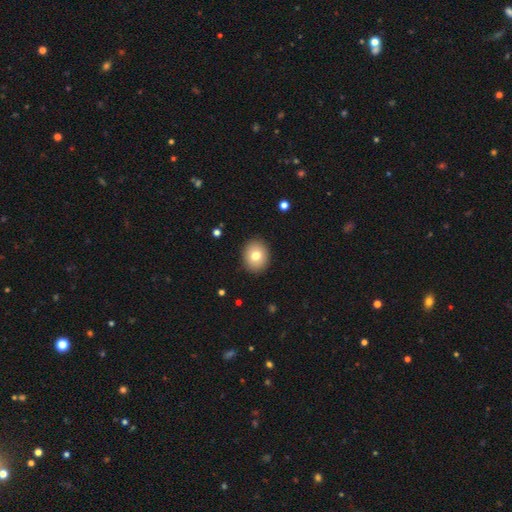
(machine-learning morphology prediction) Overall: smooth (76%). How rounded: round (62%; in between 38%). Merging: none (90%).